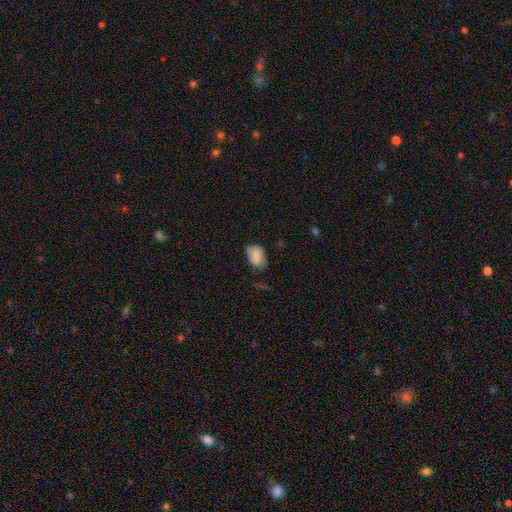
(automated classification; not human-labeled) A smooth galaxy with no disk features (83%) that is in between round and cigar-shaped (84%). Merging: none (59%).